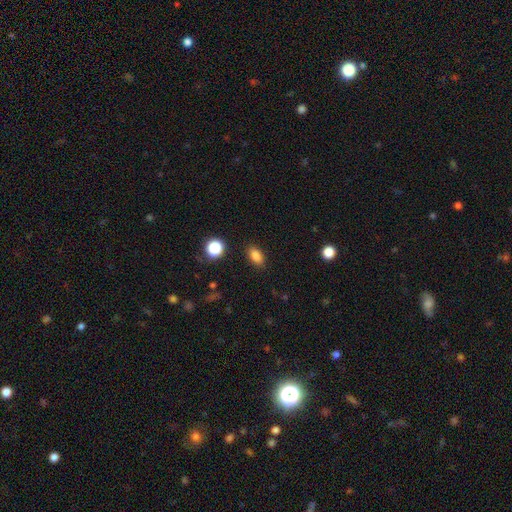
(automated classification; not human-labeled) smooth-or-featured: smooth: 84% | star or artifact: 11% | featured or disk: 5%
  how-rounded: in between: 86% | round: 11% | cigar-shaped: 3%
  merging: none: 88% | minor disturbance: 8% | major disturbance: 2% | merger: 1%